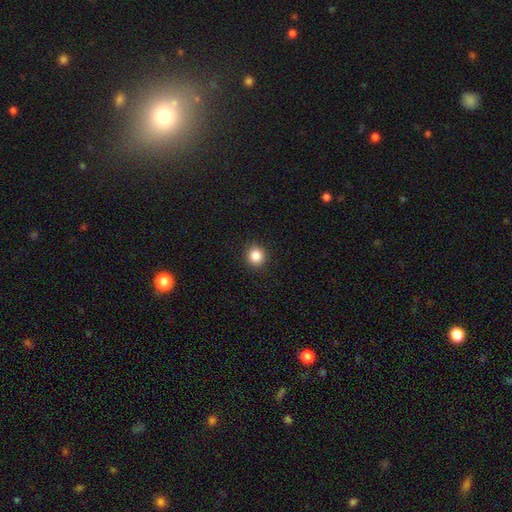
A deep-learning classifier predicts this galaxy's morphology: type=smooth (86%); roundness=round (90%); merging=none (91%).